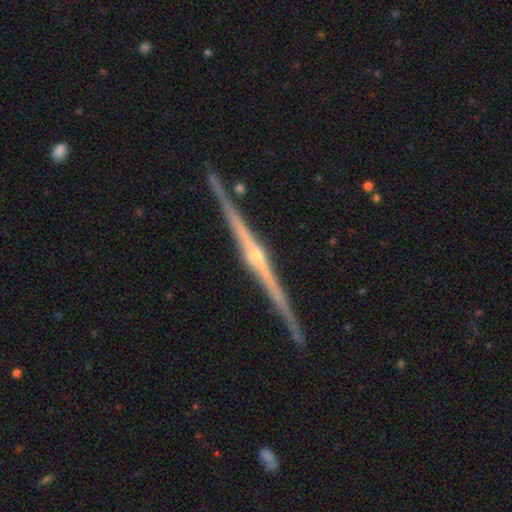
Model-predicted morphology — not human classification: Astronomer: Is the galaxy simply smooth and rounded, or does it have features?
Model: featured or disk — 90%.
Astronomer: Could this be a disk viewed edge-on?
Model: yes — 99%.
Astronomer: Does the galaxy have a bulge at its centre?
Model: rounded — 82%.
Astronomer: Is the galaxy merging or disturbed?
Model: none — 91%.